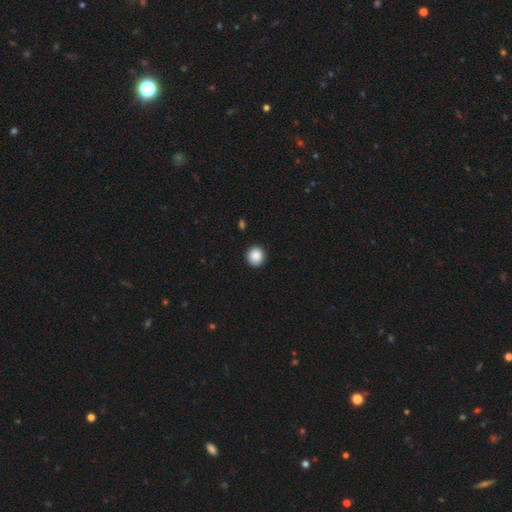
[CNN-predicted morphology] Smooth or featured: smooth — 88% (star or artifact — 9%)
How rounded: round — 90% (in between — 9%)
Merging: none — 91% (minor disturbance — 6%)